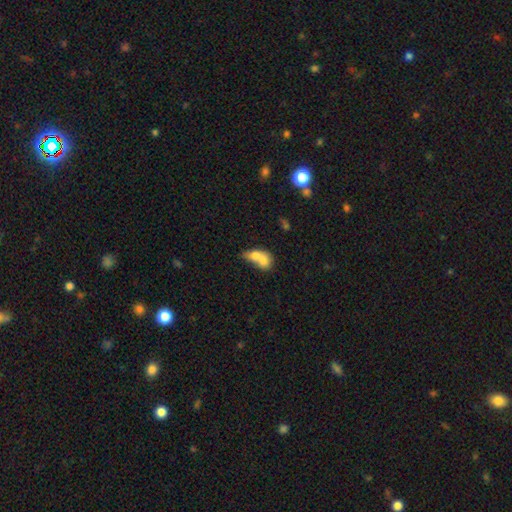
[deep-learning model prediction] smooth-or-featured: smooth: 70% | featured or disk: 22% | star or artifact: 8%
  how-rounded: in between: 65% | round: 32% | cigar-shaped: 4%
  merging: merger: 75% | none: 14% | minor disturbance: 7% | major disturbance: 5%